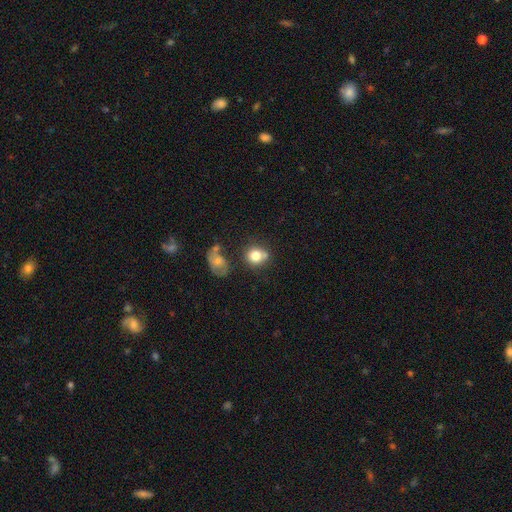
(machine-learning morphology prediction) Smooth or featured? smooth (79%)
How rounded? round (77%)
Merging? none (57%)